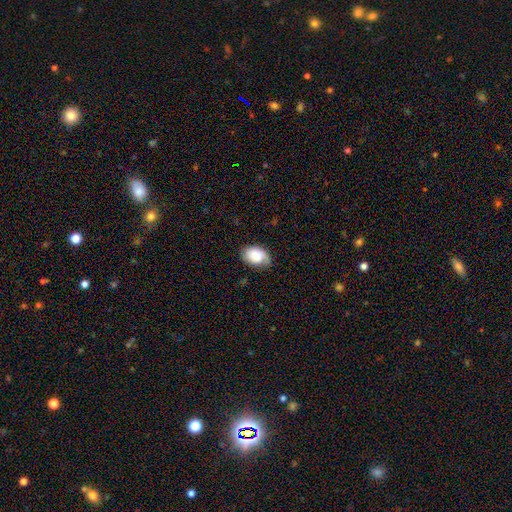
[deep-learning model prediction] Smooth or featured: smooth — 80% (featured or disk — 13%)
How rounded: in between — 86% (round — 13%)
Merging: none — 67% (minor disturbance — 26%)